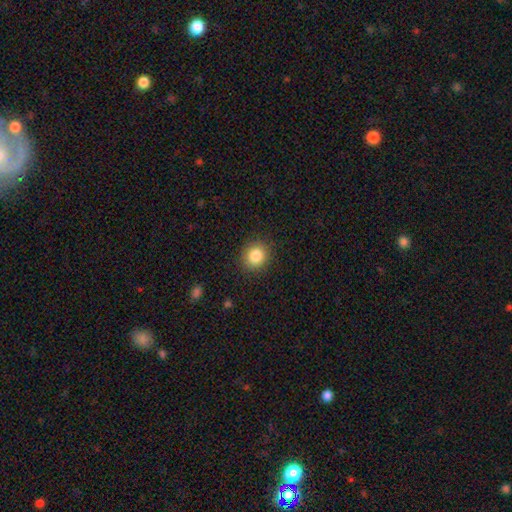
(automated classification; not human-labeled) Smooth or featured: smooth — 84% (star or artifact — 10%)
How rounded: round — 82% (in between — 17%)
Merging: none — 89% (minor disturbance — 7%)